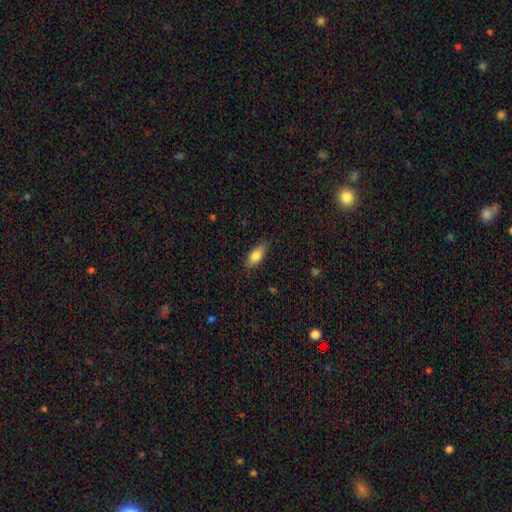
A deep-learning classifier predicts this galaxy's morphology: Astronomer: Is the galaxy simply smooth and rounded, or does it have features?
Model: smooth — 80%.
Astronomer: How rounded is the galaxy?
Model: in between — 83%.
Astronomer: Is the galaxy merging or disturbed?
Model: none — 84%.